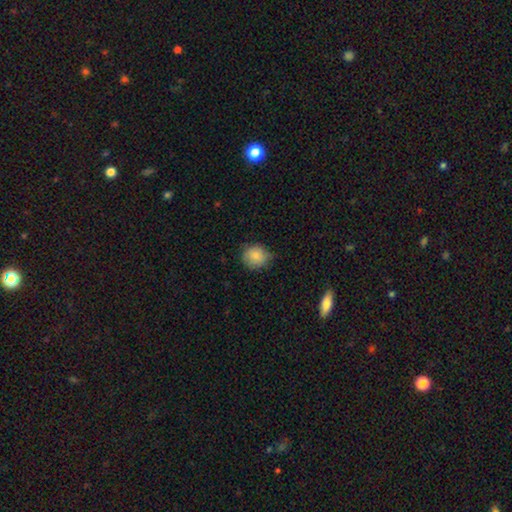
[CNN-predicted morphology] type=smooth (84%); roundness=round (79%); merging=none (73%).